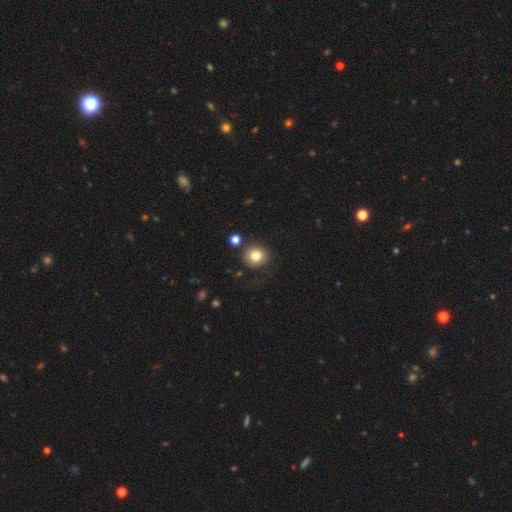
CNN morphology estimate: This appears to be a smooth galaxy with no disk features (81%) that is round (88%). Merging: none (80%).